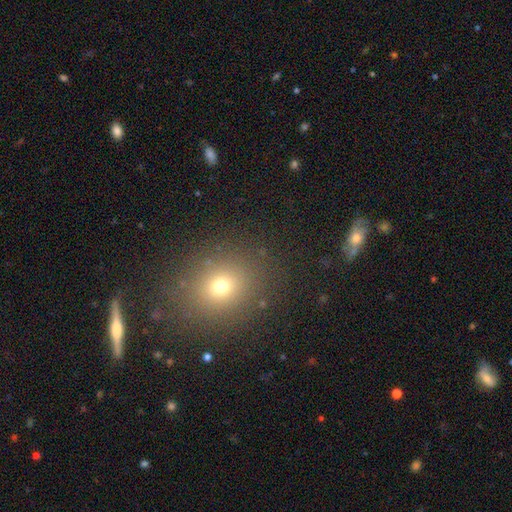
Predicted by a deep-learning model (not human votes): Smooth or featured: smooth — 60% (star or artifact — 28%)
How rounded: round — 64% (in between — 33%)
Merging: none — 86% (minor disturbance — 8%)